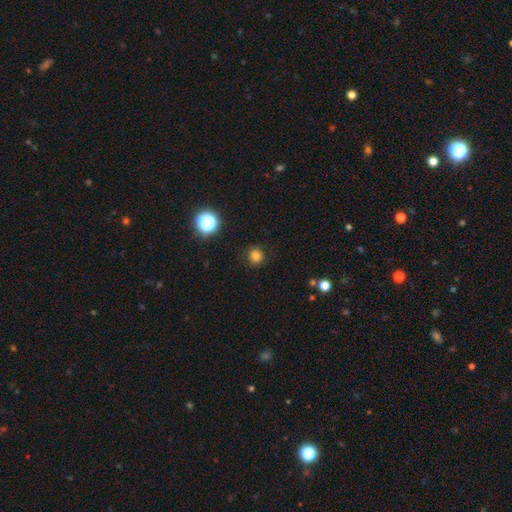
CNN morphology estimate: Smooth or featured: smooth — 80% (star or artifact — 16%)
How rounded: round — 90% (in between — 10%)
Merging: none — 87% (minor disturbance — 9%)